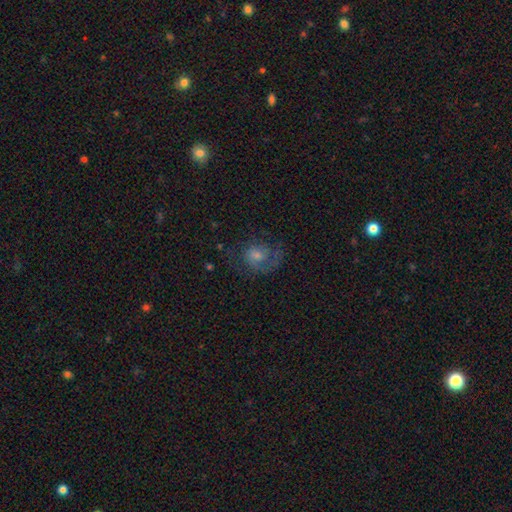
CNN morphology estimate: Smooth or featured? featured or disk (54%)
Edge-on disk? no (97%)
Bar? no (67%)
Spiral arms? yes (79%)
Bulge size? moderate (46%)
Merging? none (53%)